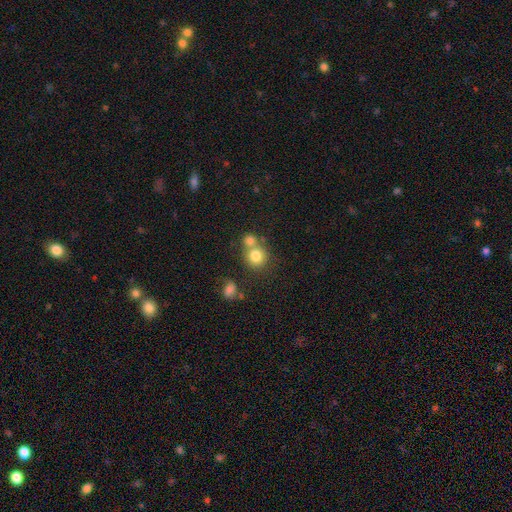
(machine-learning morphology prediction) Smooth or featured?
  - smooth: 78% *
  - star or artifact: 12%
  - featured or disk: 10%
How rounded?
  - round: 86% *
  - in between: 13%
  - cigar-shaped: 1%
Merging?
  - none: 49% *
  - merger: 40%
  - minor disturbance: 7%
  - major disturbance: 3%